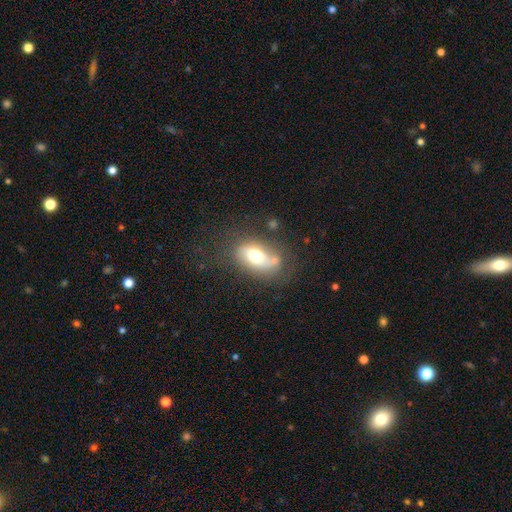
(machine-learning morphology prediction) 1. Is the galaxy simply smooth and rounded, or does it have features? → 55% smooth, 36% featured or disk, 9% star or artifact.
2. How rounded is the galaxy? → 86% in between, 11% round, 3% cigar-shaped.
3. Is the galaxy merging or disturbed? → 56% none, 23% minor disturbance, 12% major disturbance, 9% merger.